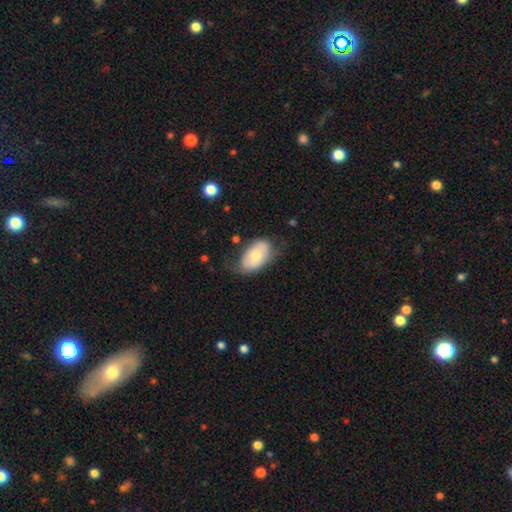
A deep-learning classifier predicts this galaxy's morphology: This appears to be a smooth galaxy with no disk features (66%) that is in between round and cigar-shaped (93%). Merging: none (60%).